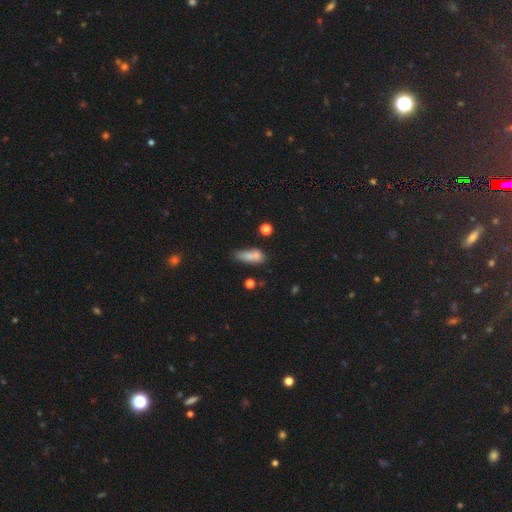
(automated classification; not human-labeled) Smooth or featured? Predicted: smooth (p=0.72). How rounded? Predicted: in between (p=0.54). Merging? Predicted: none (p=0.51).